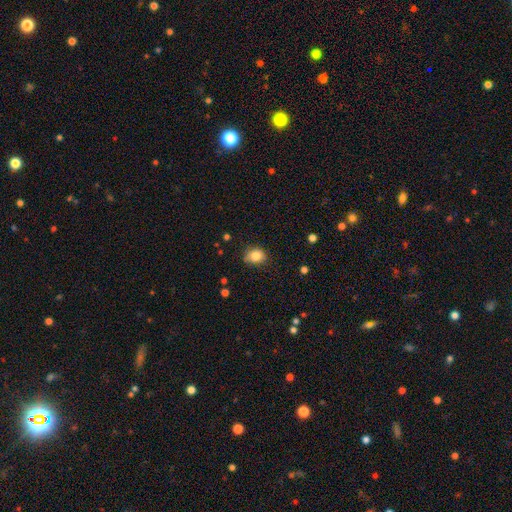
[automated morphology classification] A smooth galaxy with no disk features (82%) that is round (61%).

Vote fractions:
- Smooth or featured? smooth: 82% / star or artifact: 10% / featured or disk: 8%
- How rounded? round: 61% / in between: 38% / cigar-shaped: 1%
- Merging? none: 68% / minor disturbance: 25% / major disturbance: 5% / merger: 2%